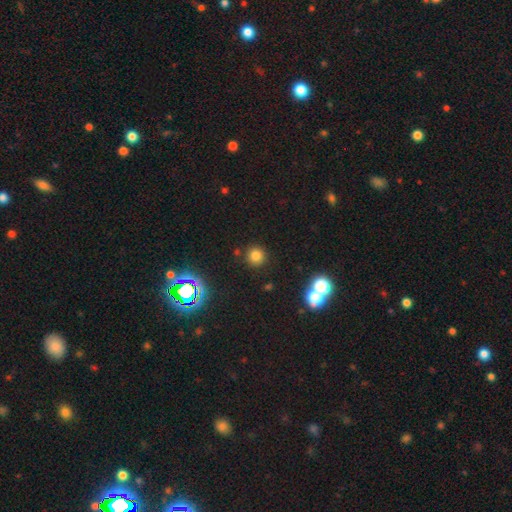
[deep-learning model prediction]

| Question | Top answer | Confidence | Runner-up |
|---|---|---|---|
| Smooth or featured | smooth | 74% | star or artifact (20%) |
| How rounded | round | 93% | in between (6%) |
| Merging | none | 87% | minor disturbance (7%) |